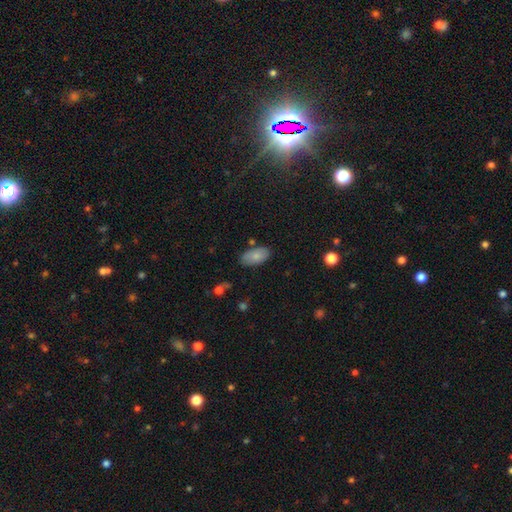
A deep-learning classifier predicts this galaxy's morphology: smooth_or_featured: smooth (p=0.80) [alt: featured or disk p=0.13]
how_rounded: in between (p=0.94) [alt: round p=0.03]
merging: none (p=0.79) [alt: minor disturbance p=0.14]